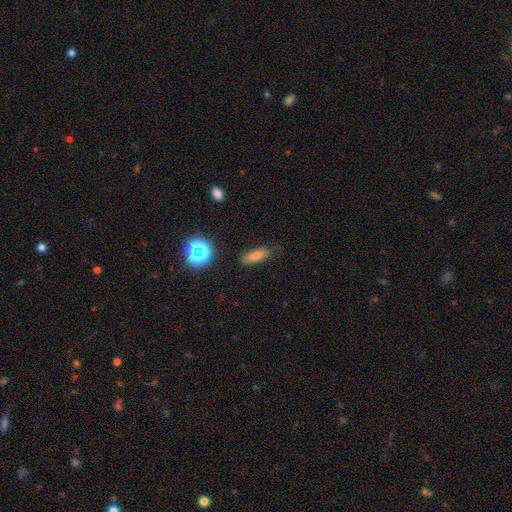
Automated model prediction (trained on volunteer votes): smooth-or-featured: smooth: 76% | star or artifact: 14% | featured or disk: 10%
  how-rounded: in between: 56% | cigar-shaped: 40% | round: 4%
  merging: none: 81% | minor disturbance: 13% | major disturbance: 4% | merger: 2%